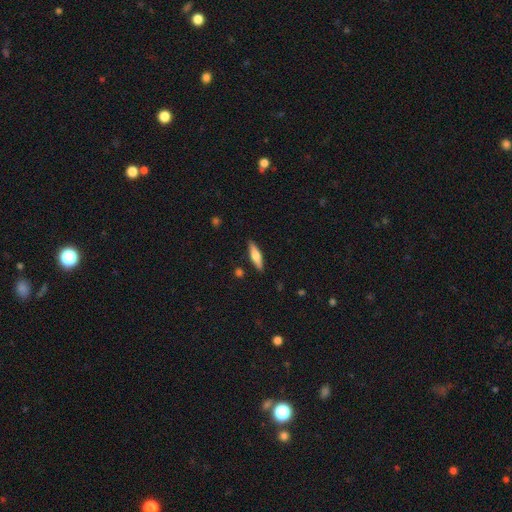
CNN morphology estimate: A smooth galaxy with no disk features (52%) that is cigar-shaped (70%). Merging: none (87%).